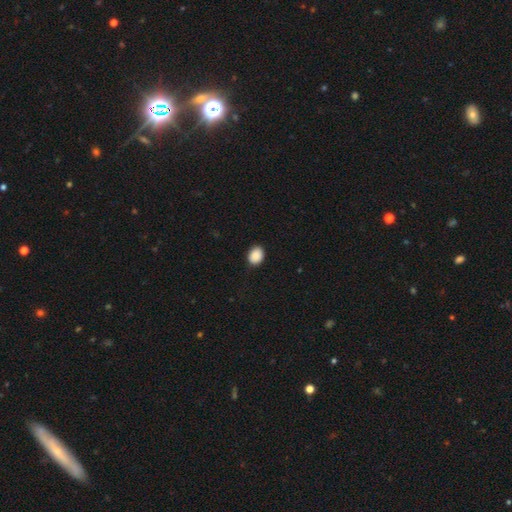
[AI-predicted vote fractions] smooth_or_featured: smooth (p=0.90) [alt: star or artifact p=0.08]
how_rounded: in between (p=0.57) [alt: round p=0.42]
merging: none (p=0.88) [alt: minor disturbance p=0.09]